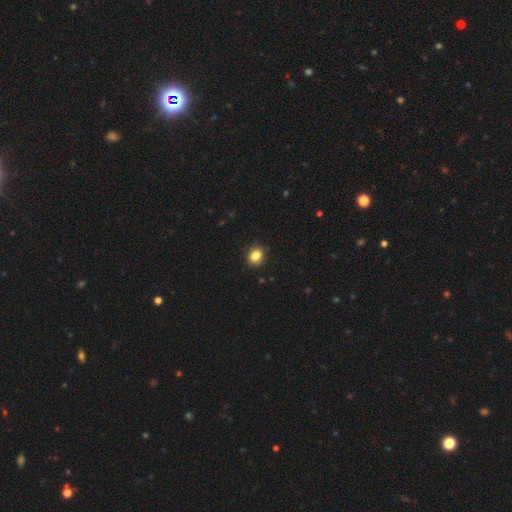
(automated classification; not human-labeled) This is clearly a smooth galaxy (85%). How rounded: likely round (64%). Merging: clearly none (88%).